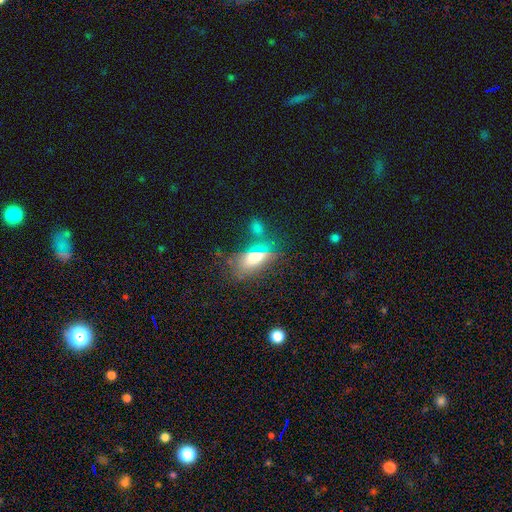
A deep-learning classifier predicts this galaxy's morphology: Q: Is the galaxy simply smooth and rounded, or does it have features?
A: smooth — 61%.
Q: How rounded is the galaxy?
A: in between — 79%.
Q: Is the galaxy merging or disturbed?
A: none — 58%.